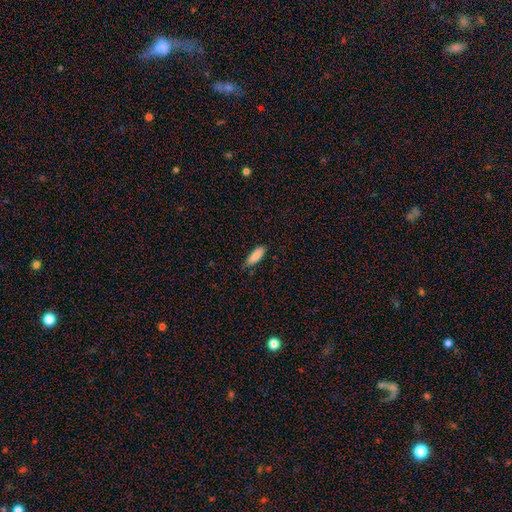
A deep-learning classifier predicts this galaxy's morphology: smooth_or_featured: smooth (p=0.88) [alt: star or artifact p=0.06]
how_rounded: in between (p=0.60) [alt: cigar-shaped p=0.38]
merging: none (p=0.80) [alt: minor disturbance p=0.16]